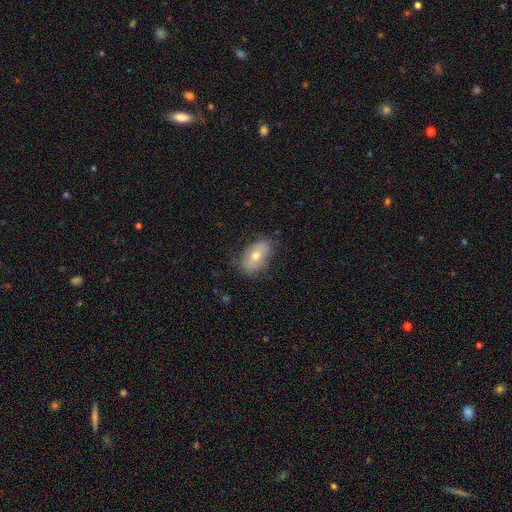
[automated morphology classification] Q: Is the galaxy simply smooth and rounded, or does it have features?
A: smooth — 61%.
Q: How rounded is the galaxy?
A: in between — 89%.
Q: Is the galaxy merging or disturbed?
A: none — 75%.